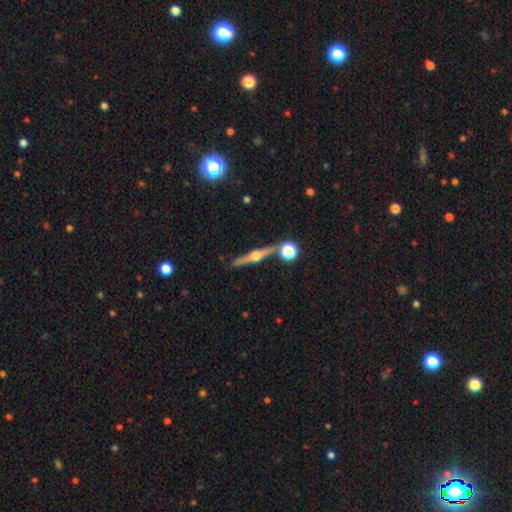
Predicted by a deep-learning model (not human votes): A featured or disk galaxy (81%) viewed edge-on (98%) with a rounded central bulge (95%).

Vote fractions:
- Smooth or featured? featured or disk: 81% / smooth: 12% / star or artifact: 7%
- Edge-on disk? yes: 98% / no: 2%
- Edge-on bulge? rounded: 95% / boxy: 3% / none: 2%
- Merging? none: 84% / minor disturbance: 7% / merger: 7% / major disturbance: 2%